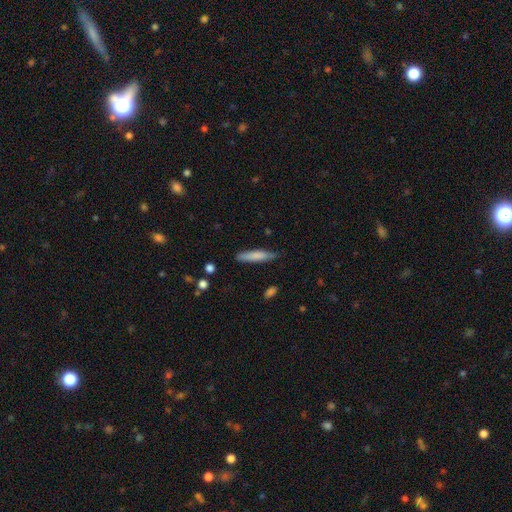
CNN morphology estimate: smooth_or_featured: smooth (p=0.77) [alt: featured or disk p=0.18]
how_rounded: cigar-shaped (p=0.85) [alt: in between p=0.13]
merging: none (p=0.79) [alt: minor disturbance p=0.16]